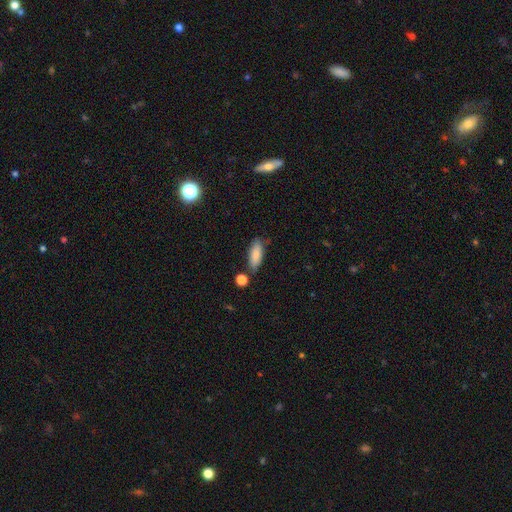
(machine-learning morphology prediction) The model was most divided on "how rounded": in between: 69%, cigar-shaped: 29%, round: 2%. More confident: smooth or featured — smooth (84%); merging — none (74%).